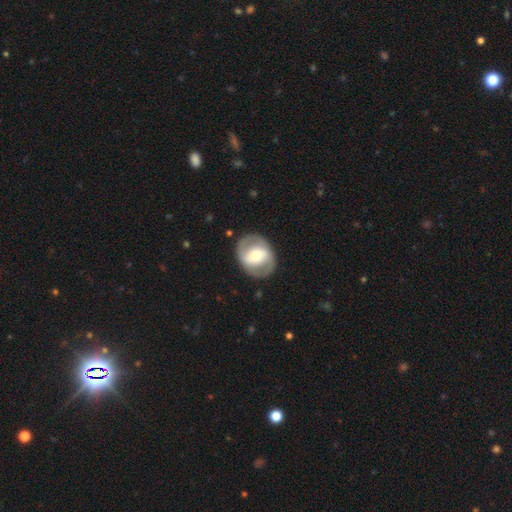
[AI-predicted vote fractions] Q: Smooth or featured?
A: featured or disk (64%); runner-up: smooth (31%)
Q: Edge-on disk?
A: no (96%); runner-up: yes (4%)
Q: Bar?
A: weak (35%); runner-up: strong (34%)
Q: Spiral arms?
A: yes (62%); runner-up: no (38%)
Q: Bulge size?
A: moderate (61%); runner-up: small (23%)
Q: Merging?
A: none (84%); runner-up: minor disturbance (10%)